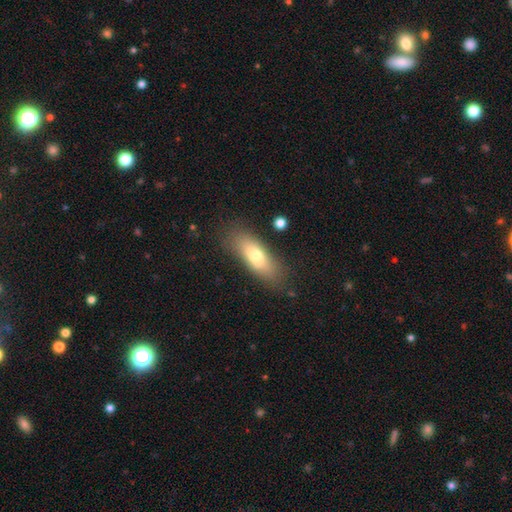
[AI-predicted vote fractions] Morphology: type=smooth (67%); roundness=in between (63%); merging=none (78%).